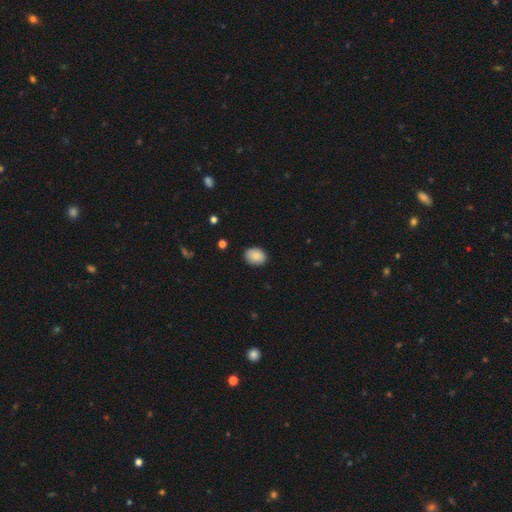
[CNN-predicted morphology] A smooth galaxy with no disk features (88%) that is in between round and cigar-shaped (69%).

Vote fractions:
- Smooth or featured? smooth: 88% / star or artifact: 8% / featured or disk: 4%
- How rounded? in between: 69% / round: 30% / cigar-shaped: 1%
- Merging? none: 87% / minor disturbance: 10% / major disturbance: 2% / merger: 1%